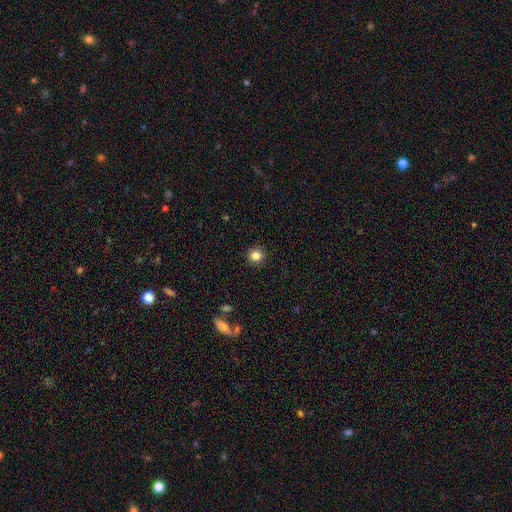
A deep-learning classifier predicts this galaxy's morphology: Smooth or featured? smooth (84%)
How rounded? round (92%)
Merging? none (92%)